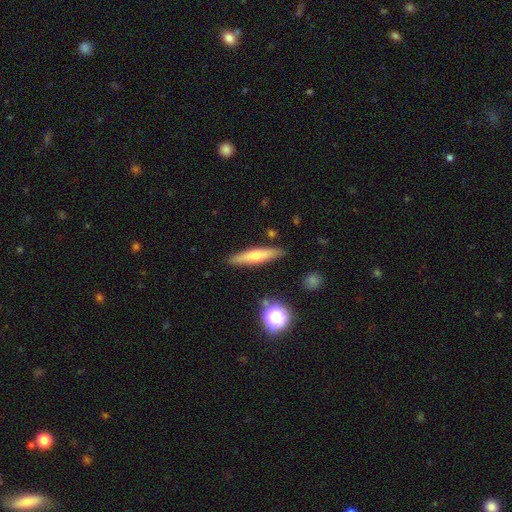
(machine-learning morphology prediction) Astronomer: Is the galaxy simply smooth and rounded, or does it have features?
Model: smooth — 47% (runner-up: featured or disk, 44%).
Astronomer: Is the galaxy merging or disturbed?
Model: none — 88%.